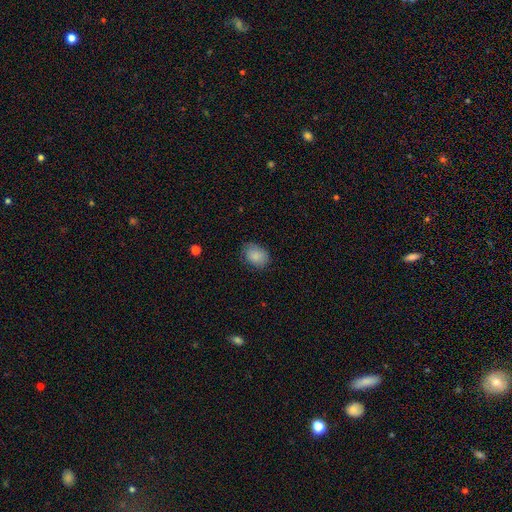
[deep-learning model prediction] Morphology: type=smooth (86%); roundness=in between (66%); merging=none (75%).